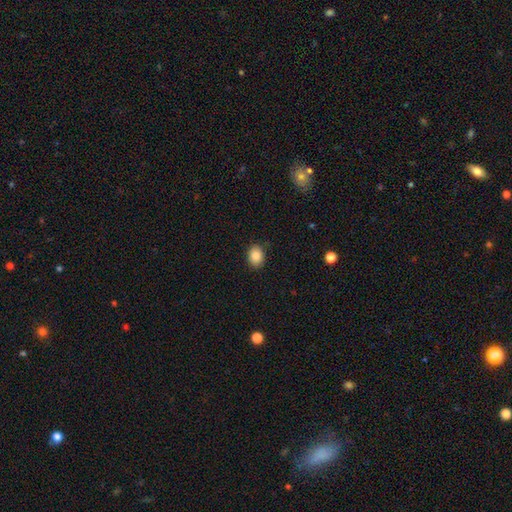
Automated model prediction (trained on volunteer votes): This is clearly a smooth galaxy (86%). How rounded: likely in between (63%). Merging: clearly none (86%).